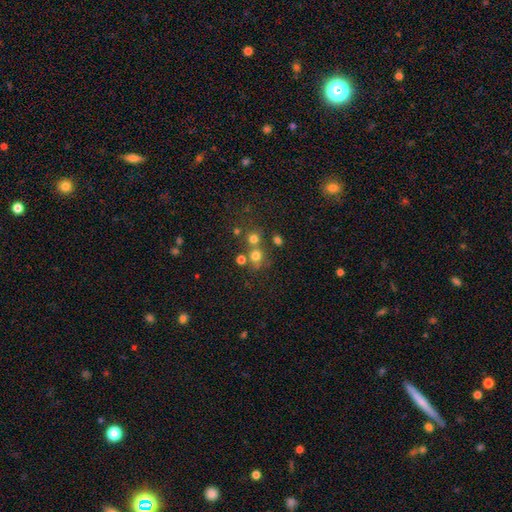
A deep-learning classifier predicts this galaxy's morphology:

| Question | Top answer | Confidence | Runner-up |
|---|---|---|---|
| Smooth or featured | smooth | 69% | star or artifact (20%) |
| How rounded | round | 86% | in between (13%) |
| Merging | none | 57% | merger (31%) |